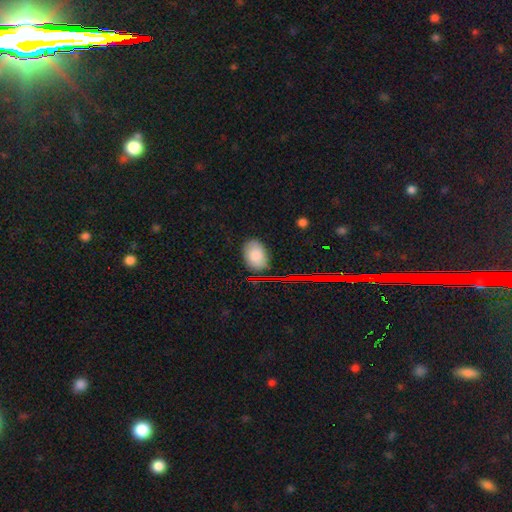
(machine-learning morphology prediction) A smooth galaxy with no disk features (80%) that is in between round and cigar-shaped (84%).

Vote fractions:
- Smooth or featured? smooth: 80% / star or artifact: 11% / featured or disk: 9%
- How rounded? in between: 84% / round: 15% / cigar-shaped: 1%
- Merging? none: 79% / minor disturbance: 16% / major disturbance: 3% / merger: 2%